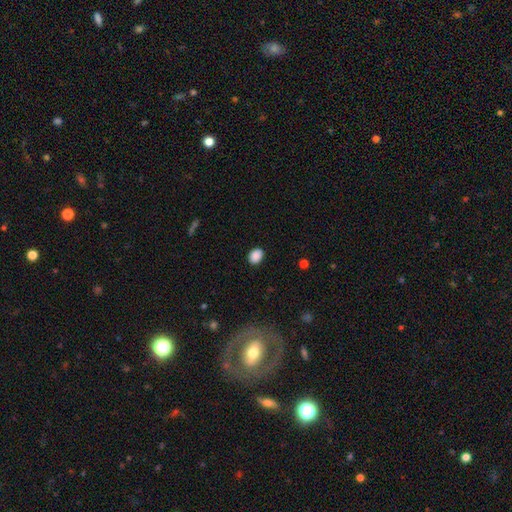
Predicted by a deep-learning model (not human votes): smooth-or-featured: smooth: 88% | star or artifact: 9% | featured or disk: 3%
  how-rounded: in between: 67% | round: 32% | cigar-shaped: 1%
  merging: none: 87% | minor disturbance: 9% | major disturbance: 2% | merger: 1%